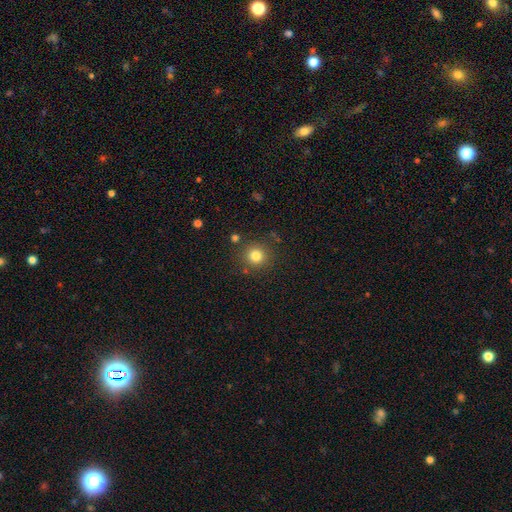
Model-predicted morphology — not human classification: A smooth galaxy with no disk features (81%) that is round (93%).

Vote fractions:
- Smooth or featured? smooth: 81% / star or artifact: 13% / featured or disk: 6%
- How rounded? round: 93% / in between: 6% / cigar-shaped: 1%
- Merging? none: 86% / minor disturbance: 8% / merger: 4% / major disturbance: 3%